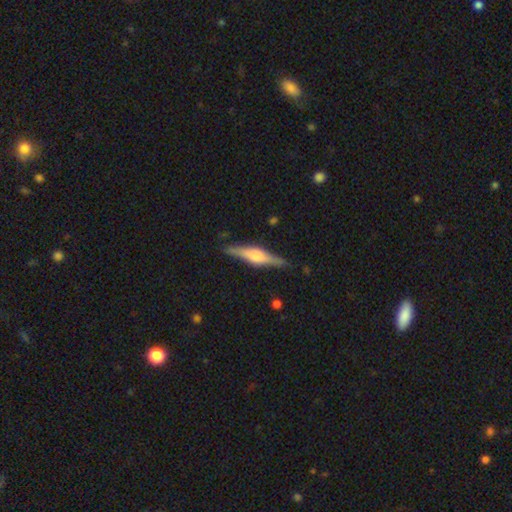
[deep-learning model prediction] This is likely a featured or disk galaxy (69%). It is clearly viewed edge-on (97%). Edge-on bulge: likely rounded (73%). Merging: clearly none (86%).